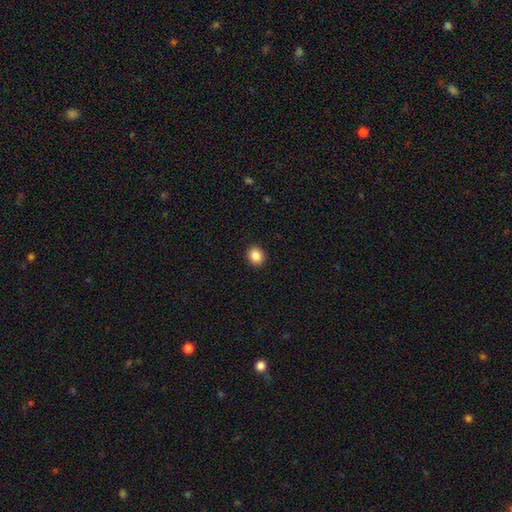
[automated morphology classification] smooth_or_featured: smooth (p=0.87) [alt: star or artifact p=0.10]
how_rounded: round (p=0.76) [alt: in between p=0.23]
merging: none (p=0.92) [alt: minor disturbance p=0.05]